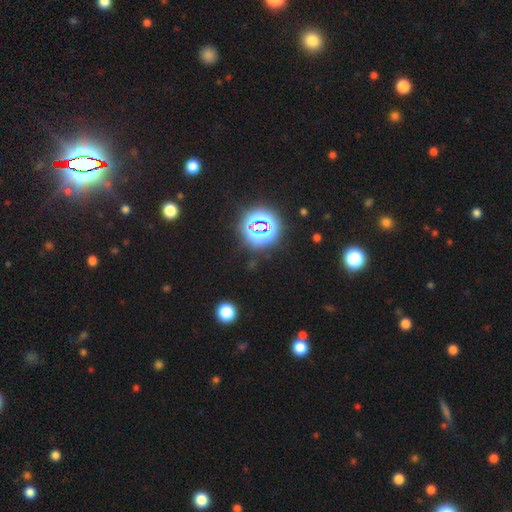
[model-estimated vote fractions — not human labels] The model was most divided on "smooth or featured": star or artifact: 79%, smooth: 15%, featured or disk: 7%.